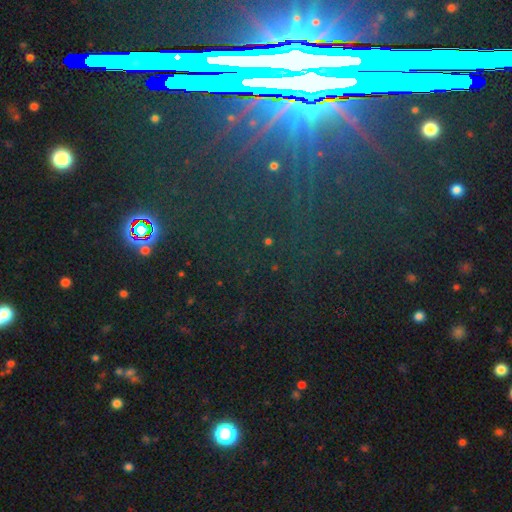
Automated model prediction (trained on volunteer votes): smooth_or_featured: star or artifact (p=0.77) [alt: smooth p=0.11]